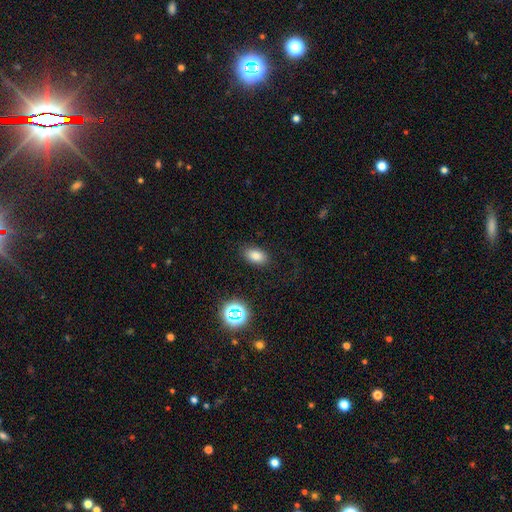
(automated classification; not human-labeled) Morphology: type=smooth (79%); roundness=in between (89%); merging=none (86%).